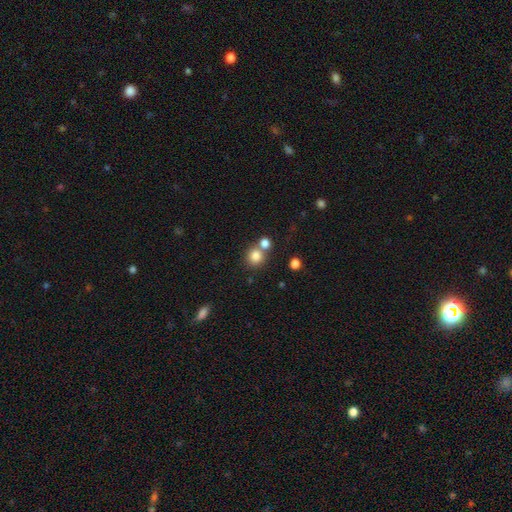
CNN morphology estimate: The model was most divided on "merging": none: 61%, merger: 28%, minor disturbance: 8%, major disturbance: 3%. More confident: how rounded — round (88%); smooth or featured — smooth (82%).